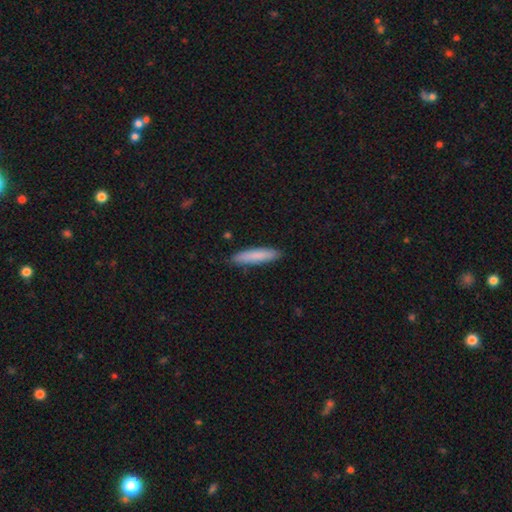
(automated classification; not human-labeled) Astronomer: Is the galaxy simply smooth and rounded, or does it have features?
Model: smooth — 84%.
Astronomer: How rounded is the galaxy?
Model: cigar-shaped — 82%.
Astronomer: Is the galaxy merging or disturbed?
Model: none — 87%.